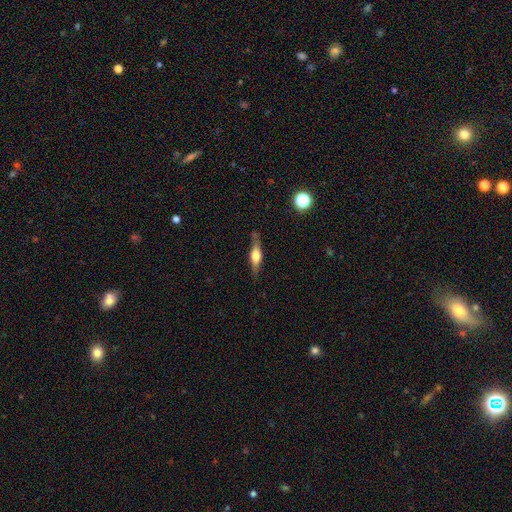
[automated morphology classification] The model was most divided on "smooth or featured": featured or disk: 55%, smooth: 38%, star or artifact: 7%. More confident: edge-on disk — yes (91%); edge-on bulge — rounded (87%); merging — none (76%).